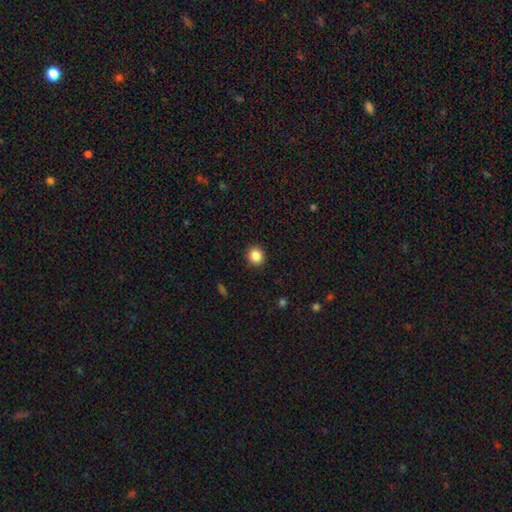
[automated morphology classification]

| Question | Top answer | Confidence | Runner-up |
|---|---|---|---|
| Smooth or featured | smooth | 86% | star or artifact (10%) |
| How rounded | round | 85% | in between (14%) |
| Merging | none | 92% | minor disturbance (6%) |